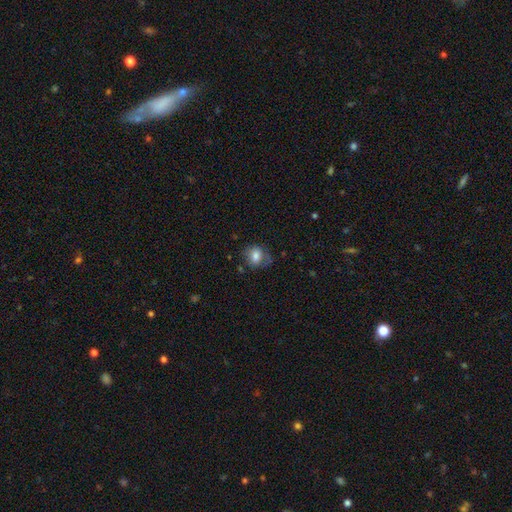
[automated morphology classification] The model was most divided on "how rounded": round: 54%, in between: 45%, cigar-shaped: 1%. More confident: smooth or featured — smooth (76%); merging — none (60%).